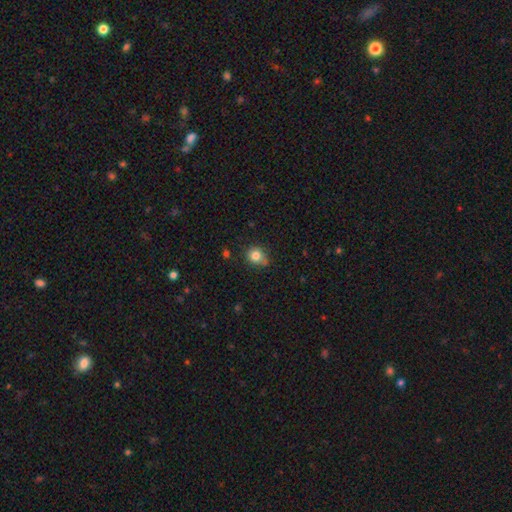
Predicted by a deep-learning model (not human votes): Morphology: type=smooth (82%); roundness=round (76%); merging=none (66%).